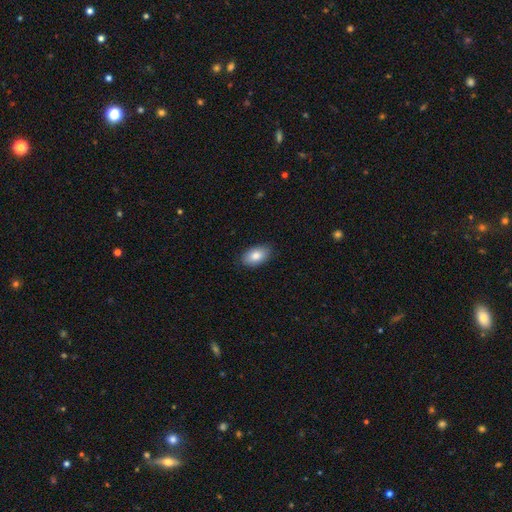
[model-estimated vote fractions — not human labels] Smooth or featured? Predicted: smooth (p=0.84). How rounded? Predicted: in between (p=0.93). Merging? Predicted: none (p=0.87).